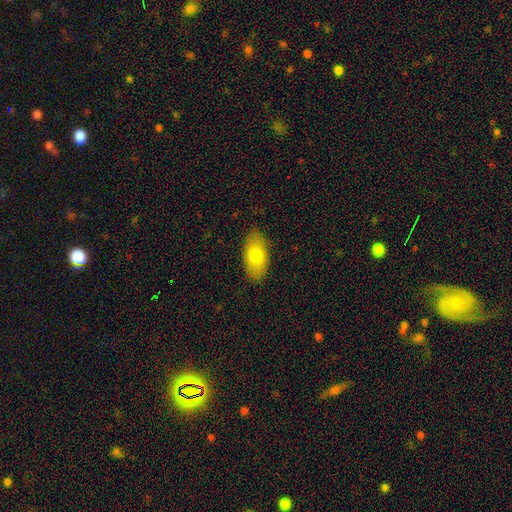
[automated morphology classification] Smooth or featured? smooth (76%)
How rounded? in between (92%)
Merging? none (84%)